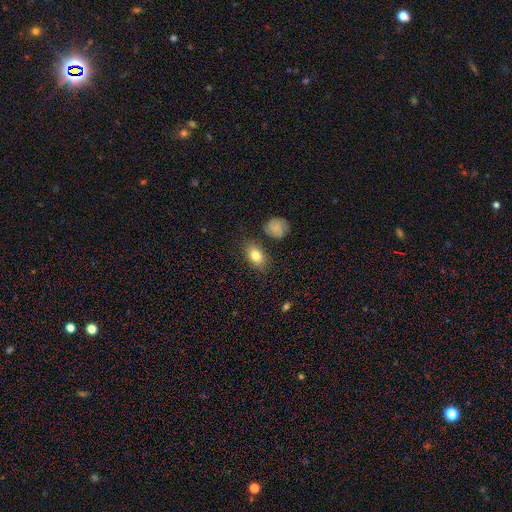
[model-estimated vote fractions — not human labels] smooth_or_featured: smooth (p=0.80) [alt: featured or disk p=0.12]
how_rounded: in between (p=0.83) [alt: round p=0.15]
merging: none (p=0.79) [alt: minor disturbance p=0.13]